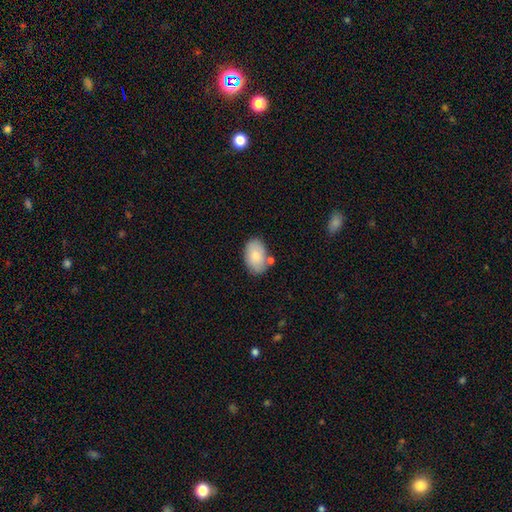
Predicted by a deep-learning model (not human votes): Smooth or featured: smooth — 81% (featured or disk — 13%)
How rounded: in between — 90% (round — 9%)
Merging: none — 72% (minor disturbance — 16%)